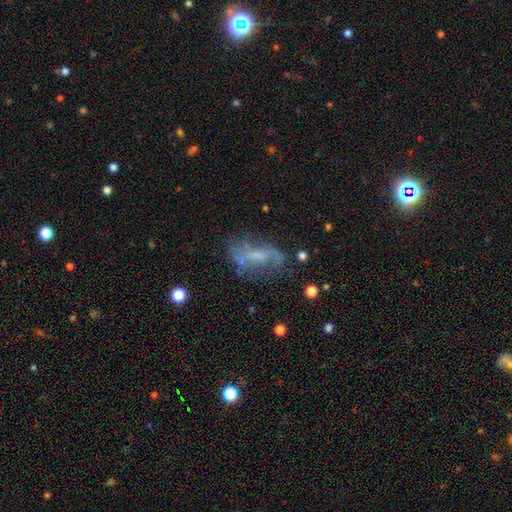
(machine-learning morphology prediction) type=featured or disk (54%); edge-on=no (87%); merging=none (49%).